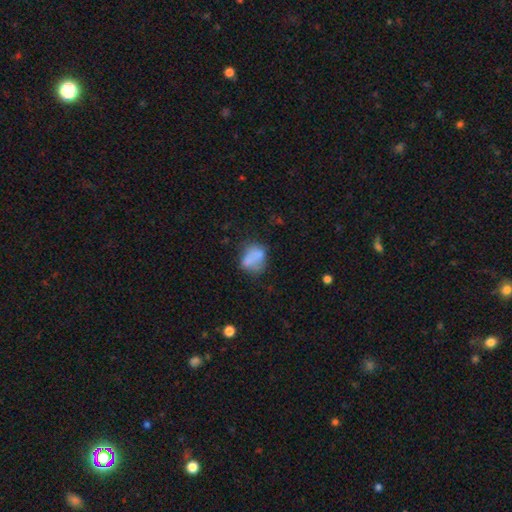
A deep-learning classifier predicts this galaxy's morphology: This appears to be a smooth galaxy with no disk features (69%) that is in between round and cigar-shaped (60%). Merging: none (43%).